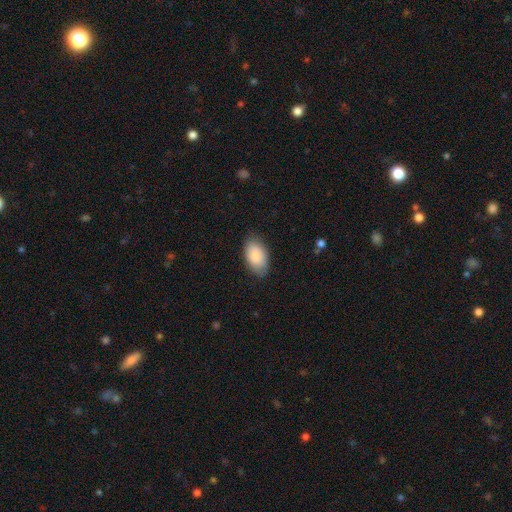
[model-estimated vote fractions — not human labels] smooth_or_featured: smooth (p=0.88) [alt: featured or disk p=0.06]
how_rounded: in between (p=0.94) [alt: round p=0.04]
merging: none (p=0.83) [alt: minor disturbance p=0.13]